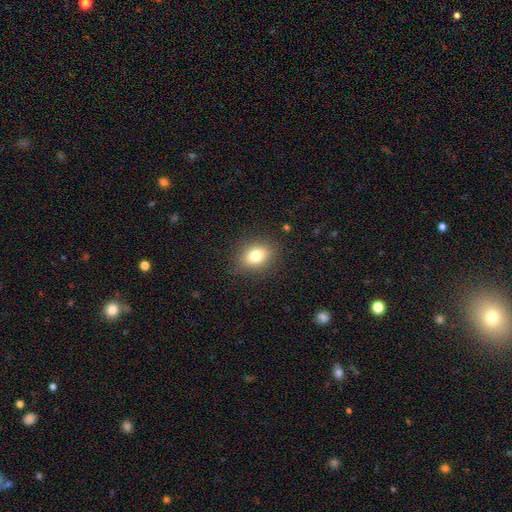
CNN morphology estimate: smooth_or_featured: smooth (p=0.78) [alt: featured or disk p=0.11]
how_rounded: in between (p=0.63) [alt: round p=0.35]
merging: none (p=0.86) [alt: minor disturbance p=0.10]